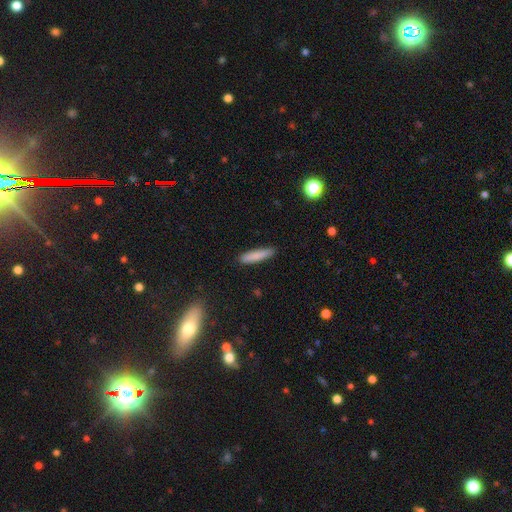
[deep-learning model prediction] Smooth or featured: smooth — 85% (featured or disk — 9%)
How rounded: cigar-shaped — 85% (in between — 14%)
Merging: none — 90% (minor disturbance — 7%)